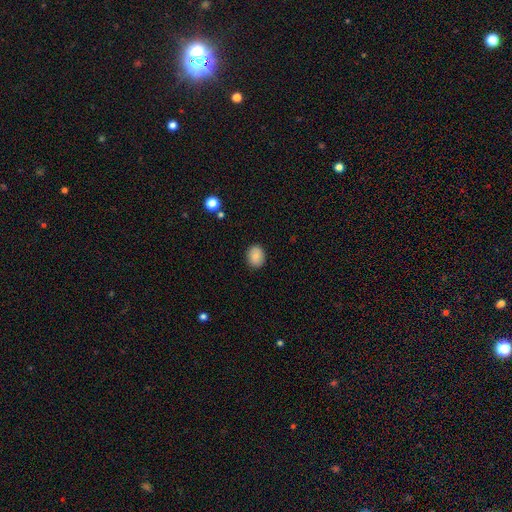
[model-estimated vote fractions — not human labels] Smooth or featured?
  - smooth: 84% *
  - star or artifact: 8%
  - featured or disk: 8%
How rounded?
  - round: 50% *
  - in between: 49%
  - cigar-shaped: 1%
Merging?
  - none: 88% *
  - minor disturbance: 9%
  - major disturbance: 2%
  - merger: 1%